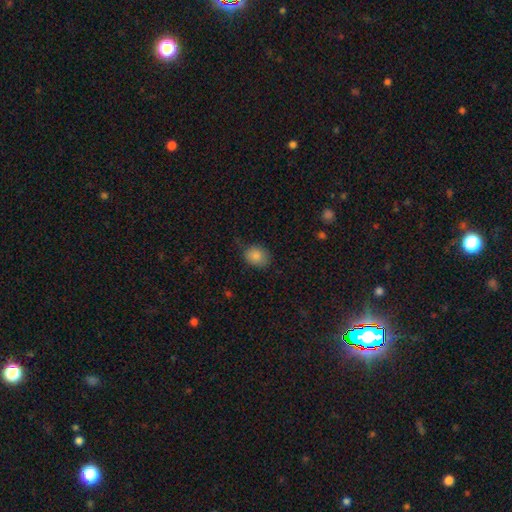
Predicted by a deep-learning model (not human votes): smooth 86%, star or artifact 9%, featured or disk 5%. Down the decision tree: how rounded — round (50%); merging — none (74%).